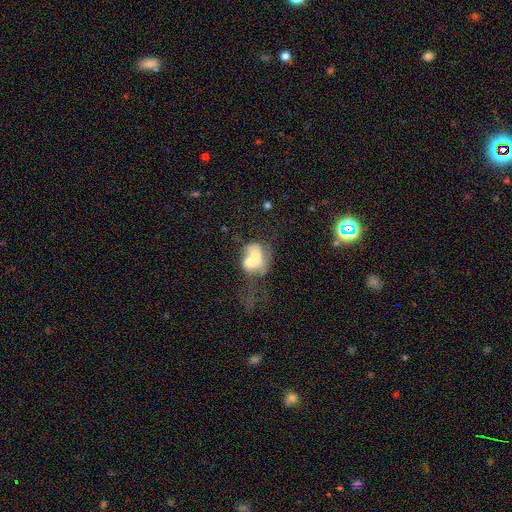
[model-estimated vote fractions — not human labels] smooth-or-featured: smooth: 52% | featured or disk: 38% | star or artifact: 10%
  how-rounded: in between: 62% | round: 37% | cigar-shaped: 2%
  merging: merger: 63% | major disturbance: 17% | none: 12% | minor disturbance: 8%